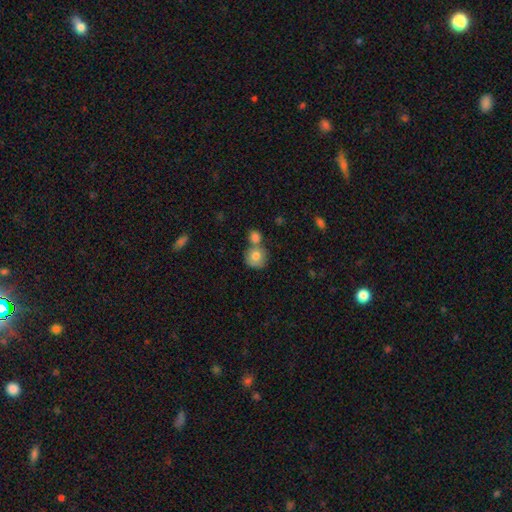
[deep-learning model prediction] smooth-or-featured: smooth: 79% | featured or disk: 13% | star or artifact: 8%
  how-rounded: round: 86% | in between: 13% | cigar-shaped: 1%
  merging: none: 46% | merger: 41% | minor disturbance: 10% | major disturbance: 4%